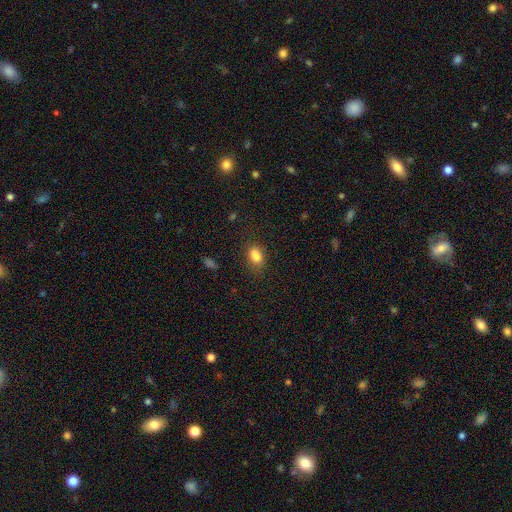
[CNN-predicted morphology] Smooth or featured? smooth (81%)
How rounded? in between (80%)
Merging? none (62%)